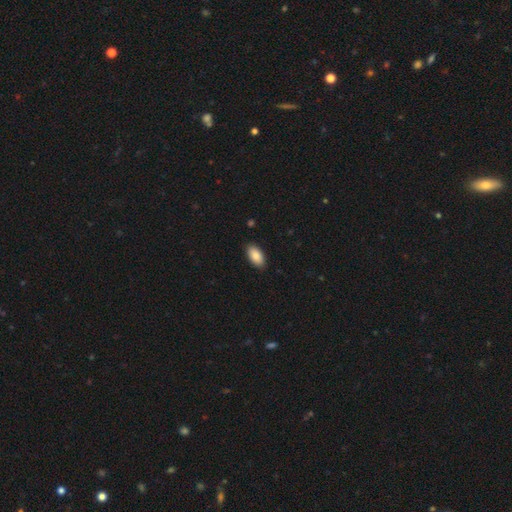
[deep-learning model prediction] This is clearly a smooth galaxy (88%). How rounded: clearly in between (95%). Merging: clearly none (88%).